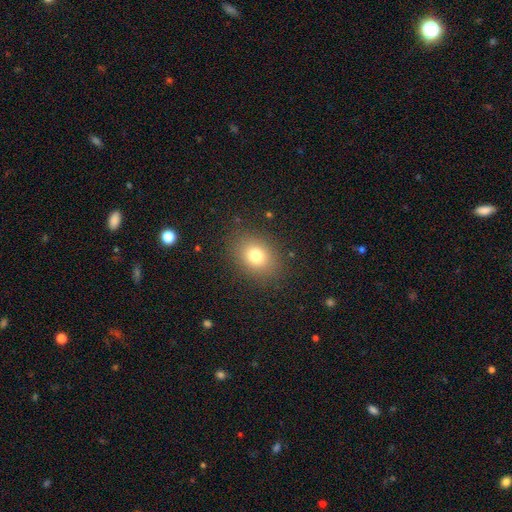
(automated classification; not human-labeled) A smooth galaxy with no disk features (77%) that is in between round and cigar-shaped (57%).

Vote fractions:
- Smooth or featured? smooth: 77% / star or artifact: 13% / featured or disk: 10%
- How rounded? in between: 57% / round: 42% / cigar-shaped: 1%
- Merging? none: 86% / minor disturbance: 9% / major disturbance: 4% / merger: 1%